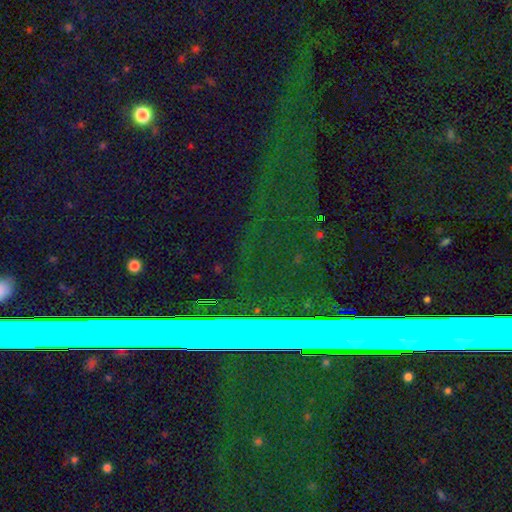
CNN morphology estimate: This appears to be a star or artifact, not a galaxy (80%).